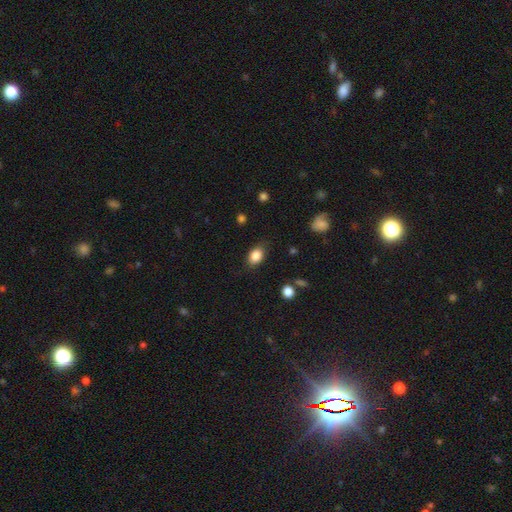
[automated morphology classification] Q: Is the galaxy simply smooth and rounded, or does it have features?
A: smooth — 85%.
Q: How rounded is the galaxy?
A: in between — 82%.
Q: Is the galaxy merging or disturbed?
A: none — 80%.